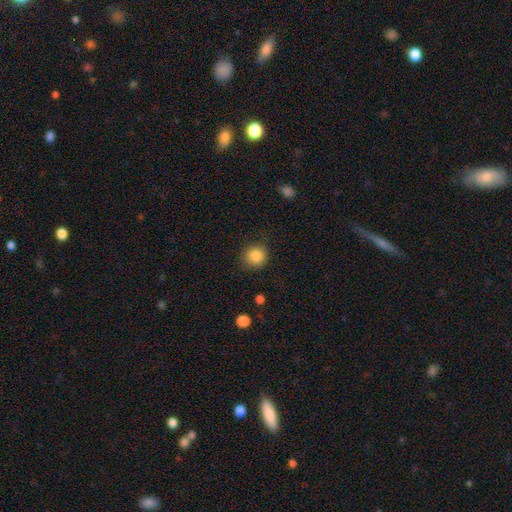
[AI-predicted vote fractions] Q: Smooth or featured?
A: smooth (87%); runner-up: star or artifact (9%)
Q: How rounded?
A: round (90%); runner-up: in between (9%)
Q: Merging?
A: none (83%); runner-up: minor disturbance (12%)